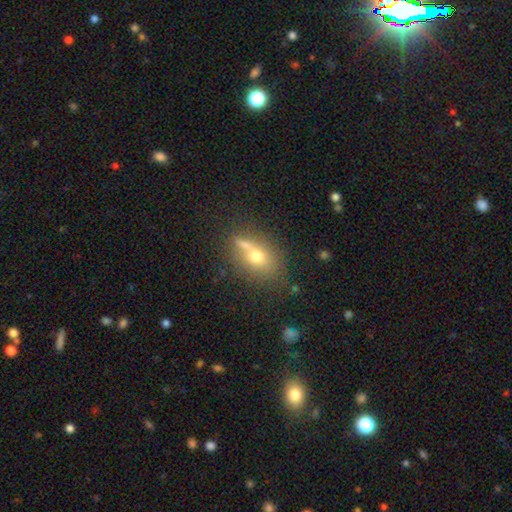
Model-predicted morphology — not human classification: Overall: smooth (65%). How rounded: in between (59%; round 36%). Merging: none (49%; merger 27%).